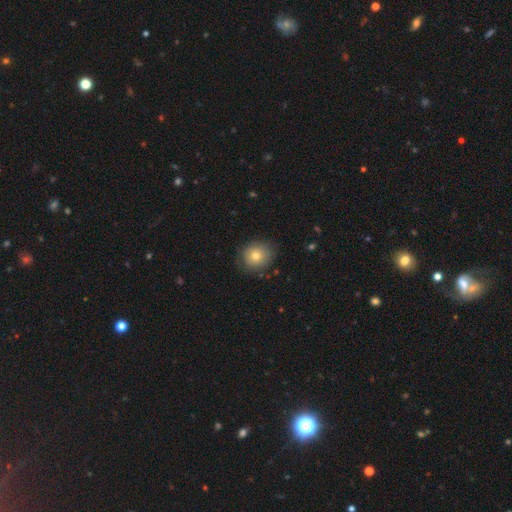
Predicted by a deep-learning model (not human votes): A smooth galaxy with no disk features (75%) that is round (81%). Merging: none (80%).